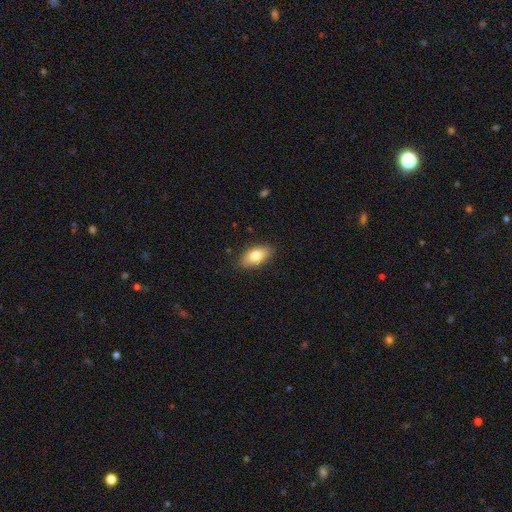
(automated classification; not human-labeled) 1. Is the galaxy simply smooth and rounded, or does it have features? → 79% smooth, 14% featured or disk, 7% star or artifact.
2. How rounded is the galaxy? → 90% in between, 5% cigar-shaped, 5% round.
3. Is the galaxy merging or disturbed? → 85% none, 12% minor disturbance, 2% major disturbance, 1% merger.